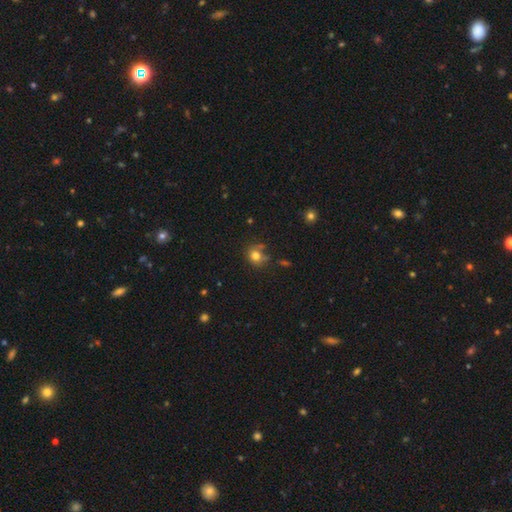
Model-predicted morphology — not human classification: Smooth or featured? smooth (77%)
How rounded? round (76%)
Merging? none (63%)